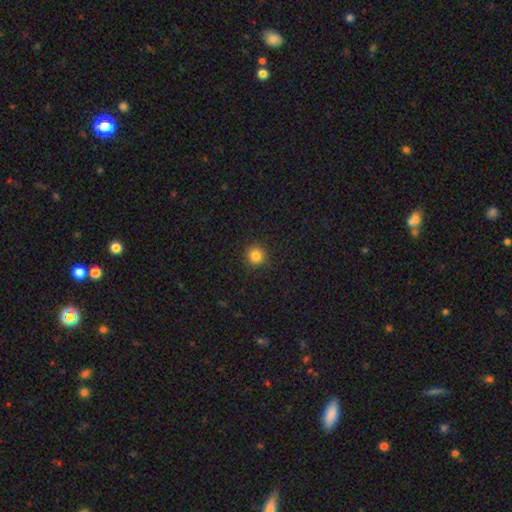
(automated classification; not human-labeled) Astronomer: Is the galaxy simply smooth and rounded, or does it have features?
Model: smooth — 84%.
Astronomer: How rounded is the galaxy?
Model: round — 94%.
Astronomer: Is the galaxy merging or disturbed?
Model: none — 91%.